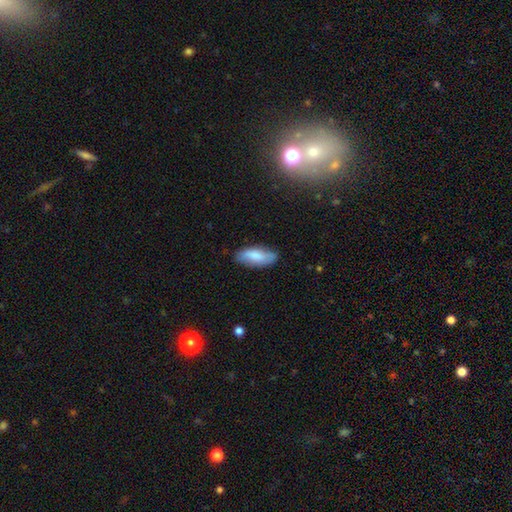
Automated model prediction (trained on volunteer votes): Smooth or featured? smooth (75%)
How rounded? in between (84%)
Merging? none (79%)